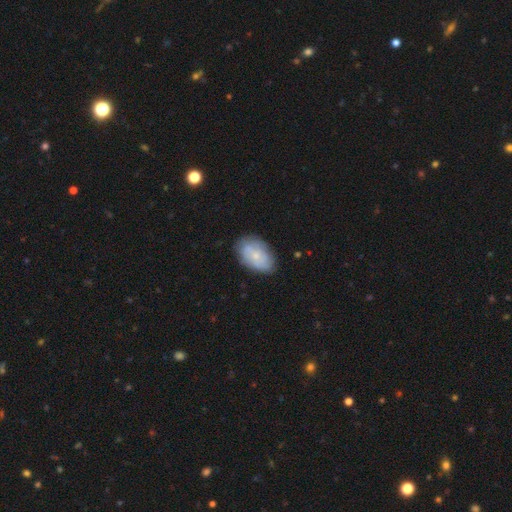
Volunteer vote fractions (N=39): smooth-or-featured: smooth: 54% | featured or disk: 38% | star or artifact: 8%
  how-rounded: in between: 90% | round: 10% | cigar-shaped: 0%
  merging: none: 64% | minor disturbance: 25% | major disturbance: 11% | merger: 0%